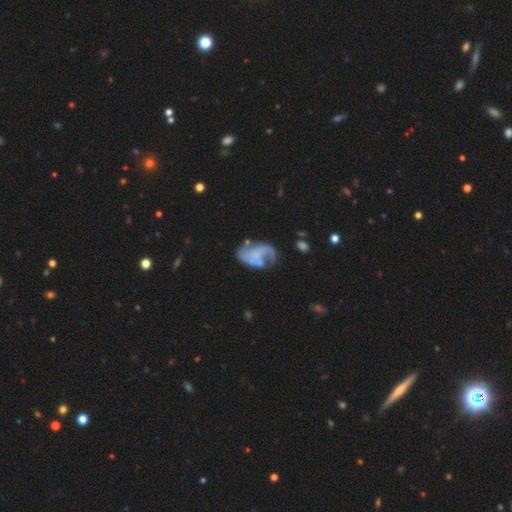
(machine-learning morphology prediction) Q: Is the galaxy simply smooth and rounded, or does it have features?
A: featured or disk — 69%.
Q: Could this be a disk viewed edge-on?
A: no — 98%.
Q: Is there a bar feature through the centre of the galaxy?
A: no — 69%.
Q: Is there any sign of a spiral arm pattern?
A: yes — 72%.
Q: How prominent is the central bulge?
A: none — 66%.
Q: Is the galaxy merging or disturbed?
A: none — 38%.